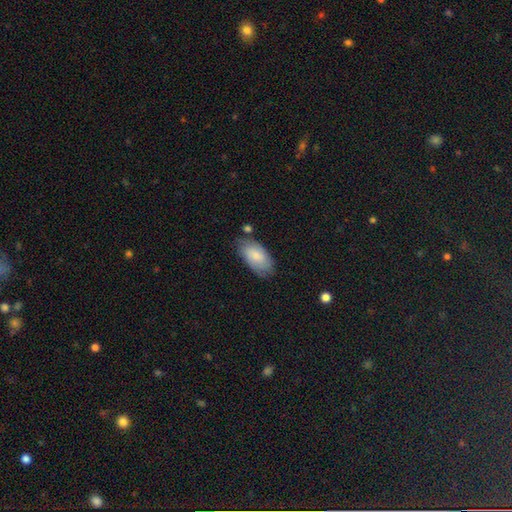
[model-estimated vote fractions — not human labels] Overall: smooth (70%). How rounded: in between (93%). Merging: none (67%).